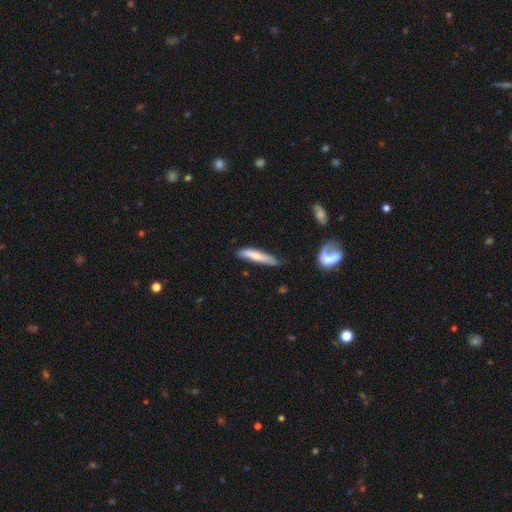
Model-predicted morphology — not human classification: smooth_or_featured: smooth (p=0.66) [alt: featured or disk p=0.29]
how_rounded: cigar-shaped (p=0.83) [alt: in between p=0.15]
merging: none (p=0.60) [alt: minor disturbance p=0.29]